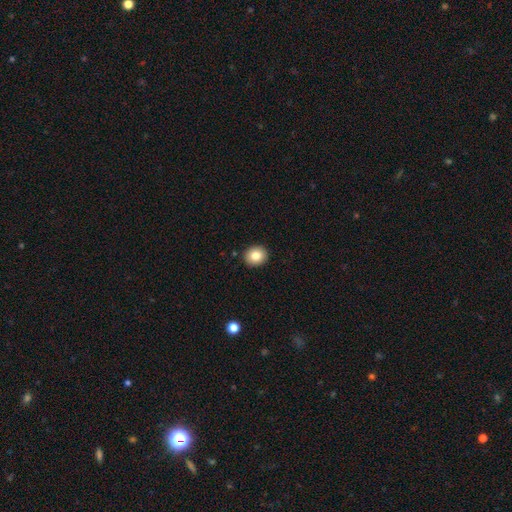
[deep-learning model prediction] Smooth or featured: smooth — 83% (star or artifact — 9%)
How rounded: round — 79% (in between — 21%)
Merging: none — 92% (minor disturbance — 6%)